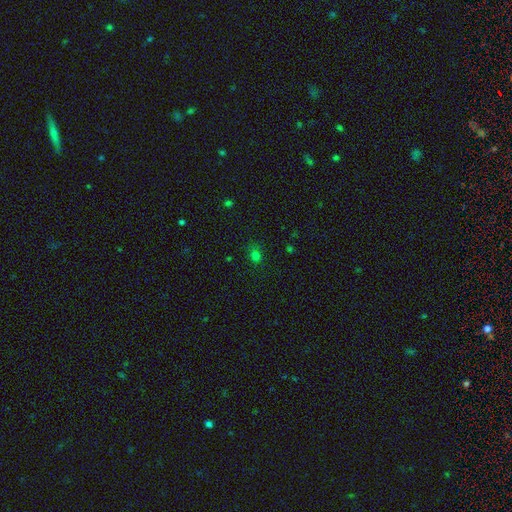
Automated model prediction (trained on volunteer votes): Smooth or featured: smooth — 69% (star or artifact — 25%)
How rounded: round — 68% (in between — 31%)
Merging: none — 74% (minor disturbance — 17%)